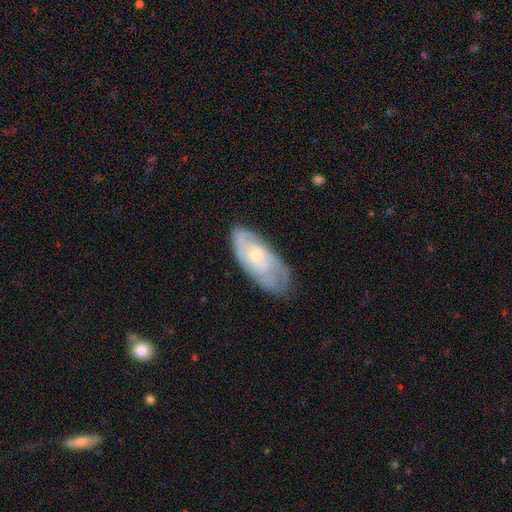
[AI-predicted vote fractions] featured or disk 72%, smooth 22%, star or artifact 6%. Down the decision tree: edge-on disk — no (92%); bar — no (72%); spiral arms — yes (88%); spiral arm count — can't tell (45%); spiral winding — tight (64%); bulge size — small (62%); merging — none (70%).